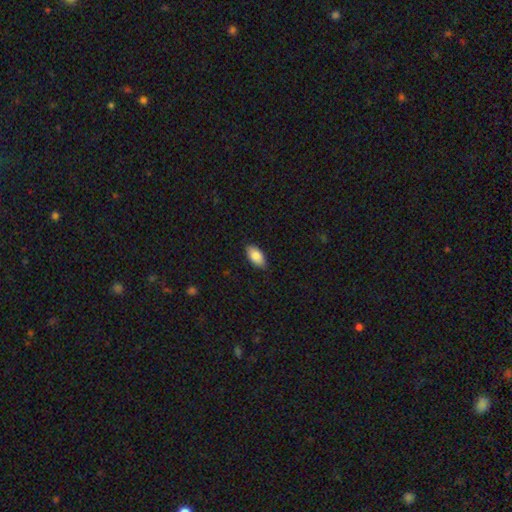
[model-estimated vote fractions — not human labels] smooth 87%, featured or disk 7%, star or artifact 6%. Down the decision tree: how rounded — in between (94%); merging — none (86%).